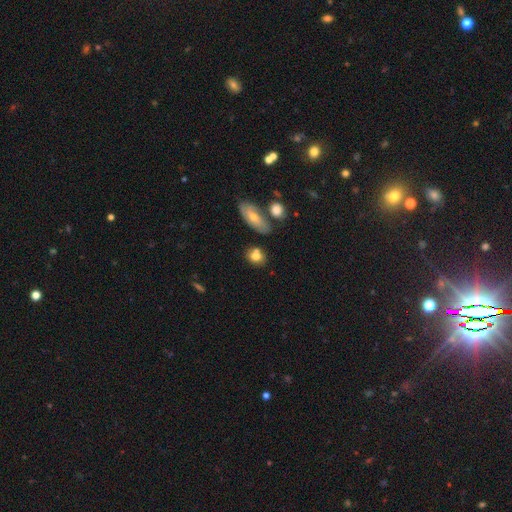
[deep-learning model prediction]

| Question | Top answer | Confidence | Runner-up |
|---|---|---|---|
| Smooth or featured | smooth | 76% | featured or disk (14%) |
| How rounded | round | 50% | in between (47%) |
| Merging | none | 58% | merger (19%) |